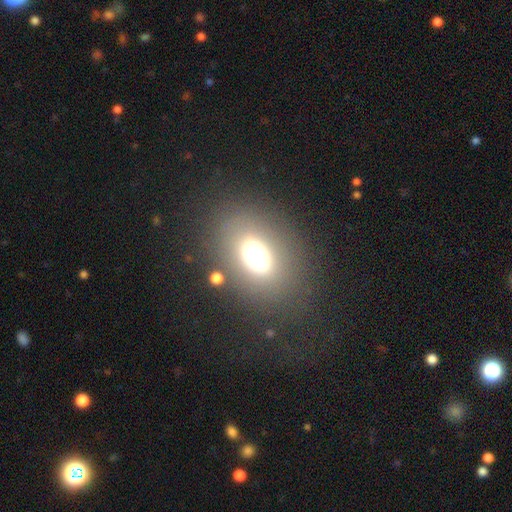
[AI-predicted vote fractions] Smooth or featured? smooth (68%)
How rounded? in between (70%)
Merging? none (78%)